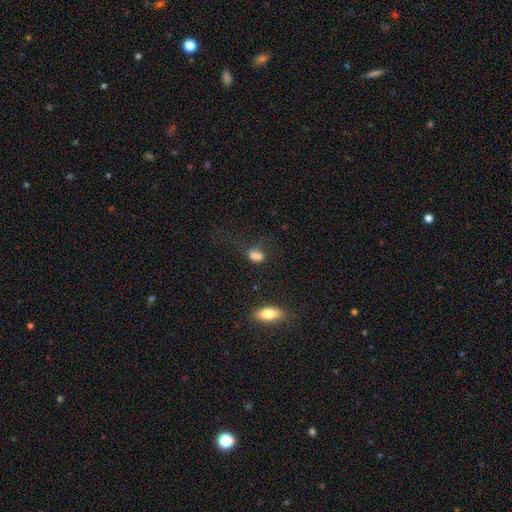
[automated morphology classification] Smooth or featured: smooth — 80% (star or artifact — 13%)
How rounded: in between — 74% (round — 20%)
Merging: none — 50% (minor disturbance — 23%)